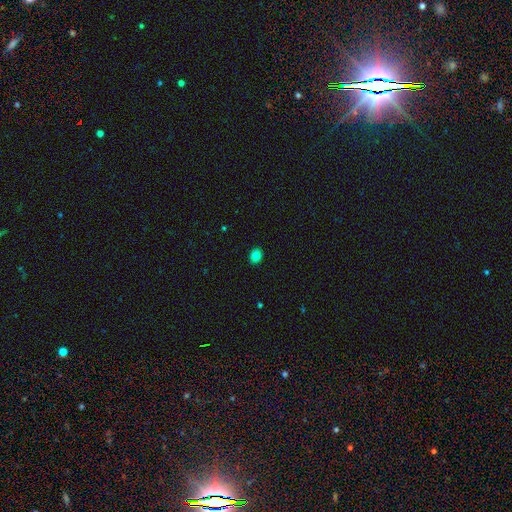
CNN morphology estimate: smooth 83%, star or artifact 11%, featured or disk 6%. Down the decision tree: how rounded — in between (55%); merging — none (90%).